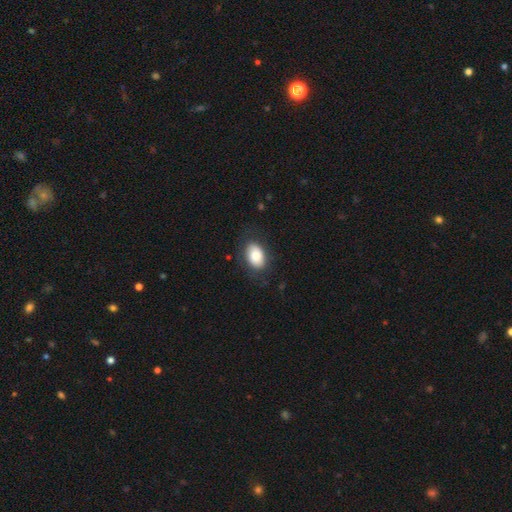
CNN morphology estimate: Q: Smooth or featured?
A: smooth (83%); runner-up: featured or disk (10%)
Q: How rounded?
A: in between (87%); runner-up: round (12%)
Q: Merging?
A: none (76%); runner-up: minor disturbance (16%)